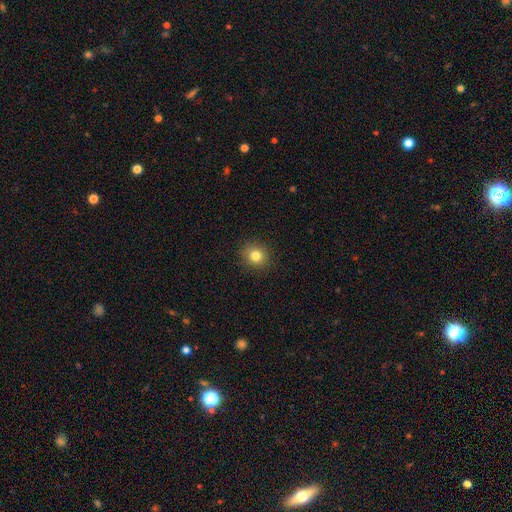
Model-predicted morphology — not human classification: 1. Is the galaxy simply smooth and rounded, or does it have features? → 81% smooth, 12% star or artifact, 7% featured or disk.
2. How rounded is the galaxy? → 82% round, 17% in between, 1% cigar-shaped.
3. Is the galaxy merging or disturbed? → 90% none, 7% minor disturbance, 2% major disturbance, 1% merger.